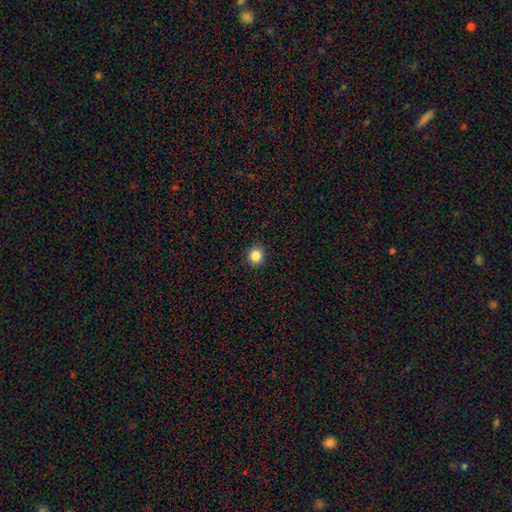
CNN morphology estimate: Smooth or featured? Predicted: smooth (p=0.85). How rounded? Predicted: round (p=0.89). Merging? Predicted: none (p=0.91).